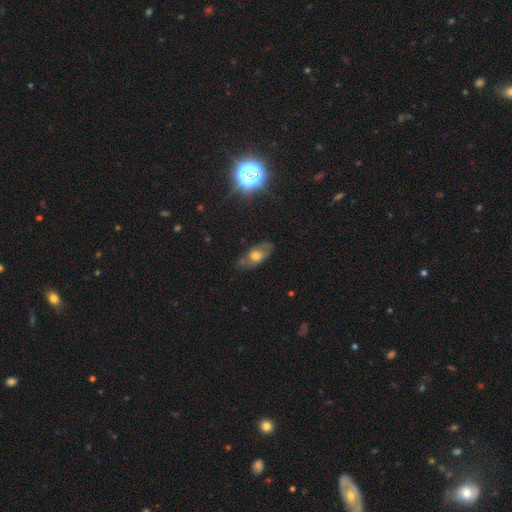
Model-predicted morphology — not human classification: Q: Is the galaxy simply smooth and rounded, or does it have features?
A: smooth — 48%.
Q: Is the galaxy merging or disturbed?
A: none — 70%.